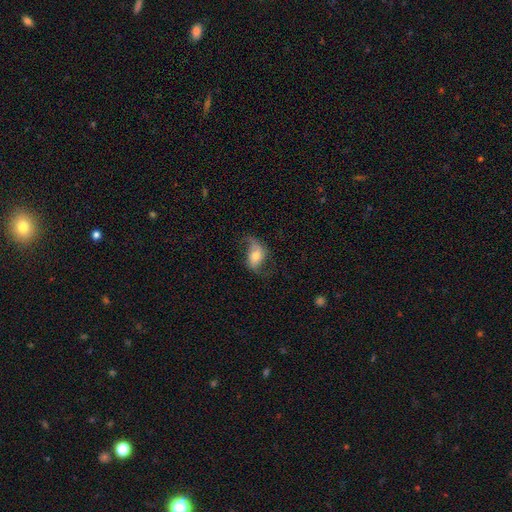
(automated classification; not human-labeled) This is likely a featured or disk galaxy (65%). It is clearly not viewed edge-on (95%). Bar: possibly no (50%). Spiral arm pattern: clearly yes (90%). Spiral arm count: clearly 2 (86%). Spiral winding: likely loose (78%). Central bulge: likely moderate (63%). Merging: likely none (62%).